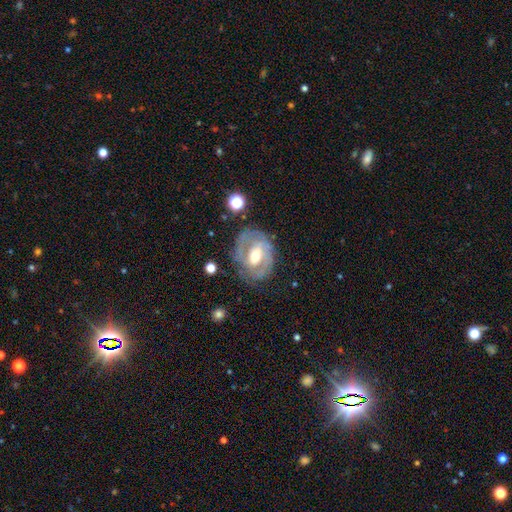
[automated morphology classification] Smooth or featured?
  - featured or disk: 81% *
  - smooth: 13%
  - star or artifact: 6%
Edge-on disk?
  - no: 96% *
  - yes: 4%
Bar?
  - weak: 48% *
  - strong: 27%
  - no: 26%
Spiral arms?
  - yes: 87% *
  - no: 13%
Spiral winding?
  - tight: 45% *
  - medium: 42%
  - loose: 13%
Spiral arm count?
  - 2: 62% *
  - can't tell: 19%
  - 3: 10%
  - 1: 5%
  - 4: 2%
  - more than 4: 2%
Bulge size?
  - moderate: 69% *
  - small: 23%
  - large: 6%
  - none: 1%
  - dominant: 1%
Merging?
  - none: 70% *
  - minor disturbance: 19%
  - major disturbance: 9%
  - merger: 2%